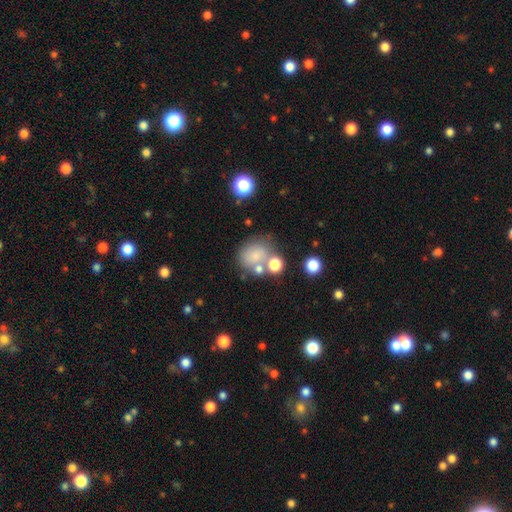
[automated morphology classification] Overall: smooth (69%). How rounded: round (73%). Merging: none (51%; merger 22%).